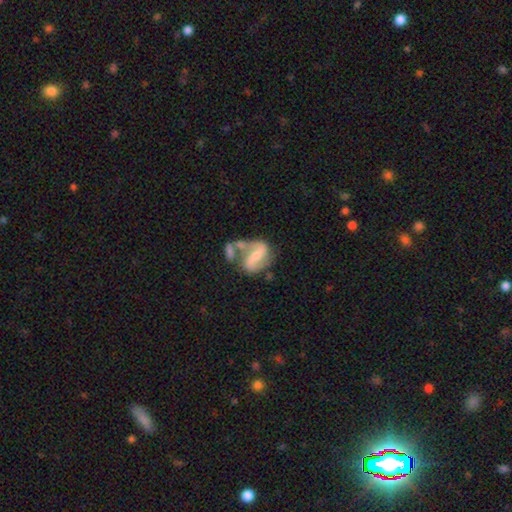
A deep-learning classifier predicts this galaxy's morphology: This is likely a featured or disk galaxy (76%). It is clearly not viewed edge-on (97%). Bar: marginally strong (42%). Spiral arm pattern: clearly yes (89%). Spiral arm count: clearly 2 (87%). Spiral winding: marginally loose (43%). Central bulge: marginally small (44%). Merging: marginally none (38%).